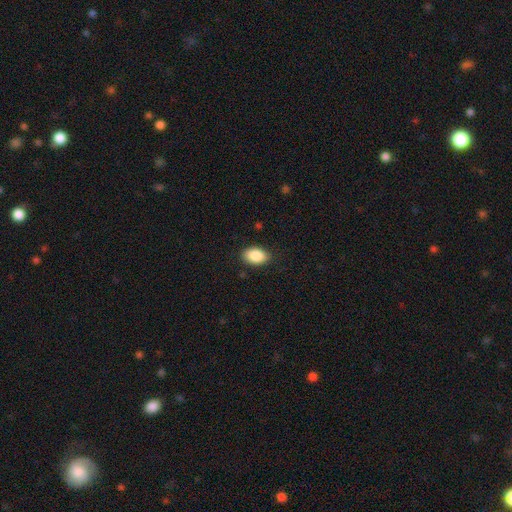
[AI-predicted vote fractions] Smooth or featured?
  - smooth: 89% *
  - star or artifact: 7%
  - featured or disk: 5%
How rounded?
  - in between: 90% *
  - round: 8%
  - cigar-shaped: 1%
Merging?
  - none: 86% *
  - minor disturbance: 11%
  - major disturbance: 2%
  - merger: 1%